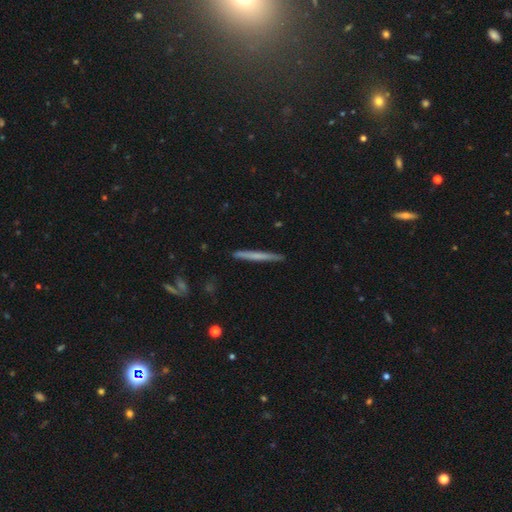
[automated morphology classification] Smooth or featured?
  - smooth: 55% *
  - featured or disk: 39%
  - star or artifact: 6%
How rounded?
  - cigar-shaped: 97% *
  - in between: 2%
  - round: 1%
Merging?
  - none: 91% *
  - minor disturbance: 7%
  - major disturbance: 1%
  - merger: 1%